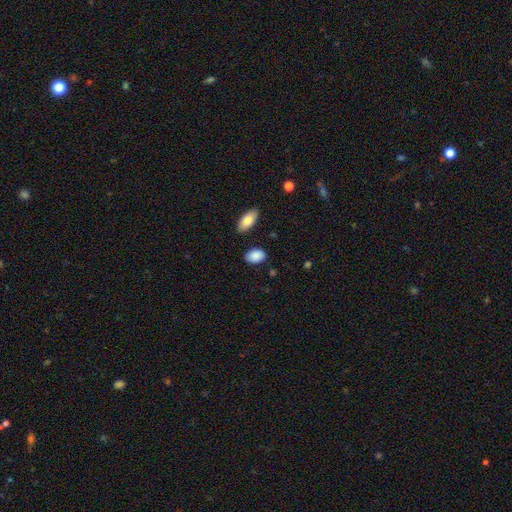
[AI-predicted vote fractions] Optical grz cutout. It shows a smooth galaxy with no disk features (89%) that is in between round and cigar-shaped (86%). Merging: none (84%).